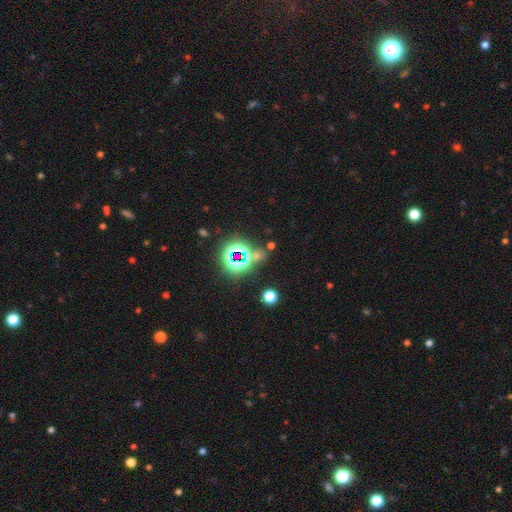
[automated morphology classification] This is likely a star or artifact rather than a galaxy (70%).